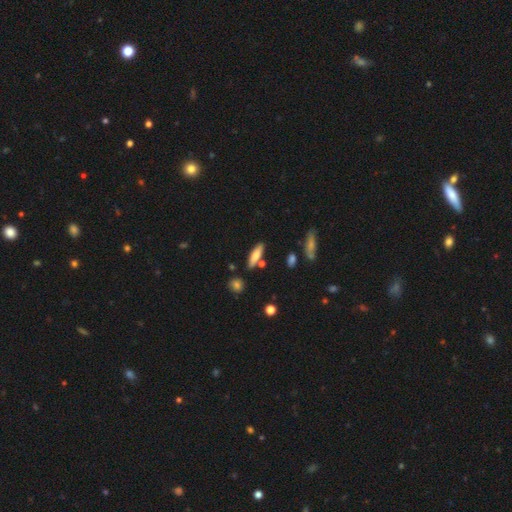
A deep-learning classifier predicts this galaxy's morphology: Overall: smooth (75%). How rounded: cigar-shaped (60%; in between 38%). Merging: none (79%).